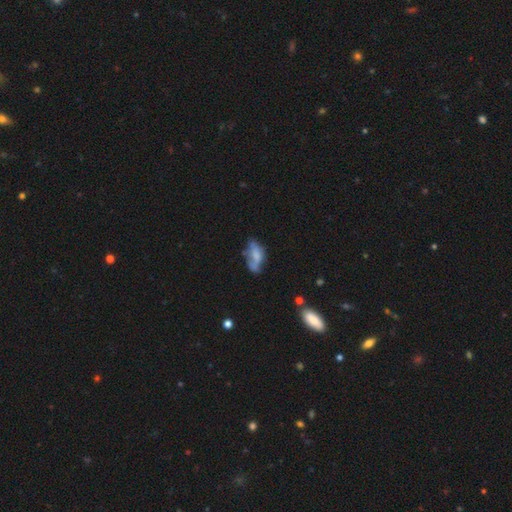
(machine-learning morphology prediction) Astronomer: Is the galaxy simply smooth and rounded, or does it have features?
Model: smooth — 55% (runner-up: featured or disk, 36%).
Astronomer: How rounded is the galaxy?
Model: in between — 85%.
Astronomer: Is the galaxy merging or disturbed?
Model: none — 37% (runner-up: minor disturbance, 31%).